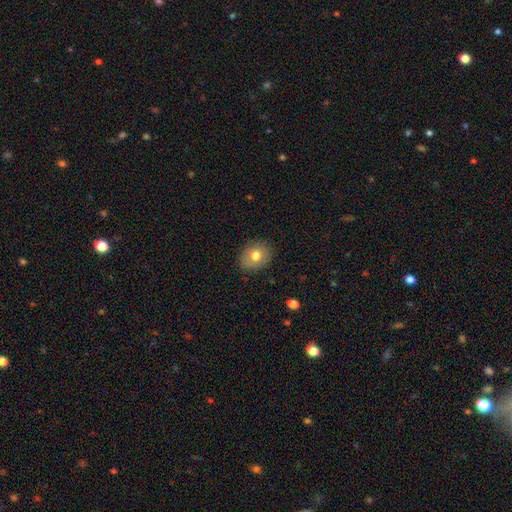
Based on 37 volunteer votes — smooth_or_featured: smooth (p=0.78) [alt: featured or disk p=0.16]
how_rounded: round (p=0.52) [alt: in between p=0.48]
merging: none (p=0.91) [alt: minor disturbance p=0.09]